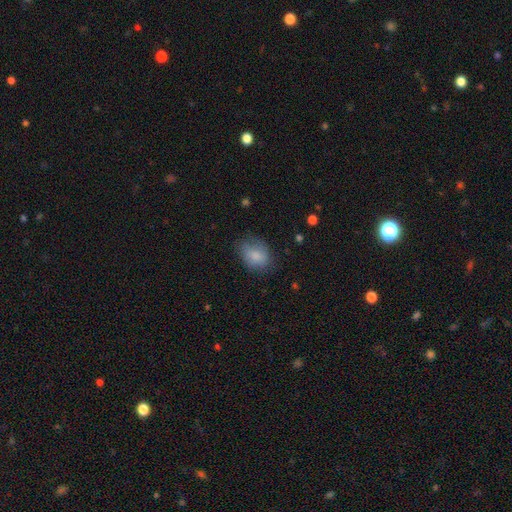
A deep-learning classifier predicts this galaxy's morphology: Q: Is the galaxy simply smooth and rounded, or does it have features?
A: smooth — 80%.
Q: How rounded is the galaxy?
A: in between — 68%.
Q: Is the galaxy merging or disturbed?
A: none — 58%.